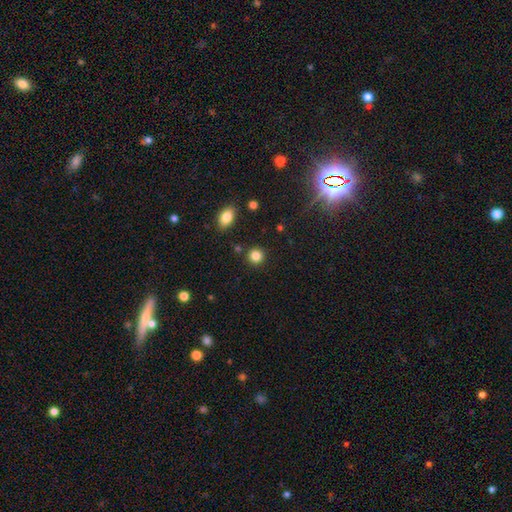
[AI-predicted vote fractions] This is clearly a smooth galaxy (85%). How rounded: clearly round (91%). Merging: clearly none (89%).